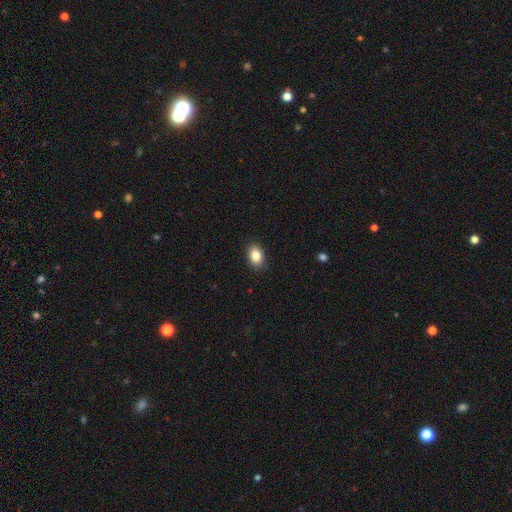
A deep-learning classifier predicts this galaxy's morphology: The model was most divided on "how rounded": in between: 74%, round: 25%, cigar-shaped: 1%. More confident: merging — none (88%); smooth or featured — smooth (85%).